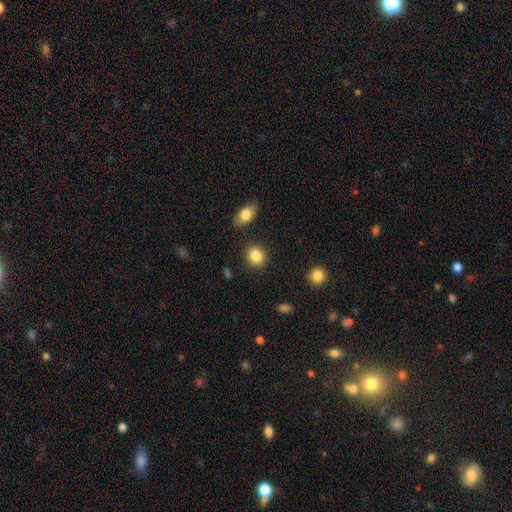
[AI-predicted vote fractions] This appears to be a smooth galaxy with no disk features (87%) that is round (78%). Merging: none (88%).